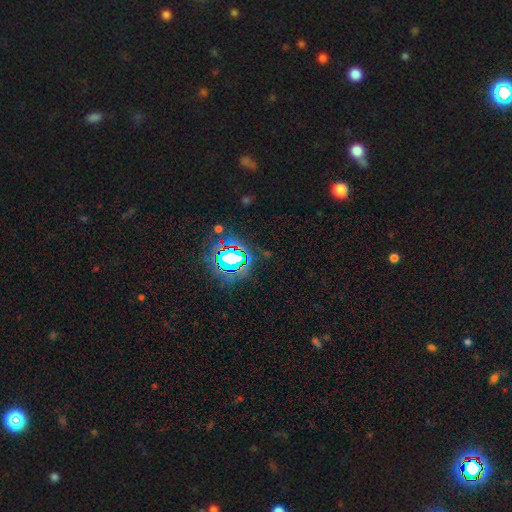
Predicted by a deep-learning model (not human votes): smooth_or_featured: star or artifact (p=0.80) [alt: smooth p=0.12]